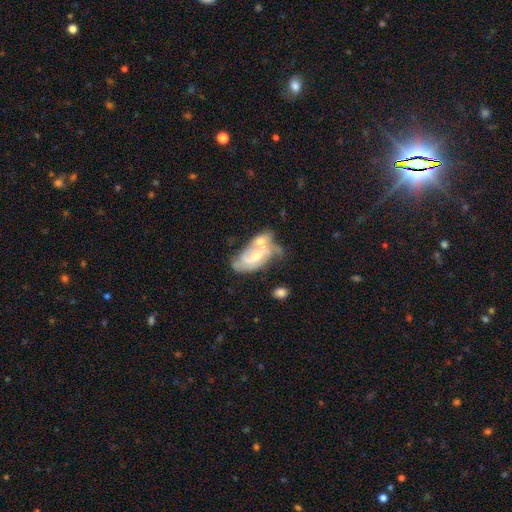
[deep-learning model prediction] Overall: featured or disk (68%). Edge-on disk: no (94%). Bar: no (42%, tied with weak). Spiral arms: yes (79%). Bulge size: moderate (49%; small 40%). Merging: merger (44%; none 26%).